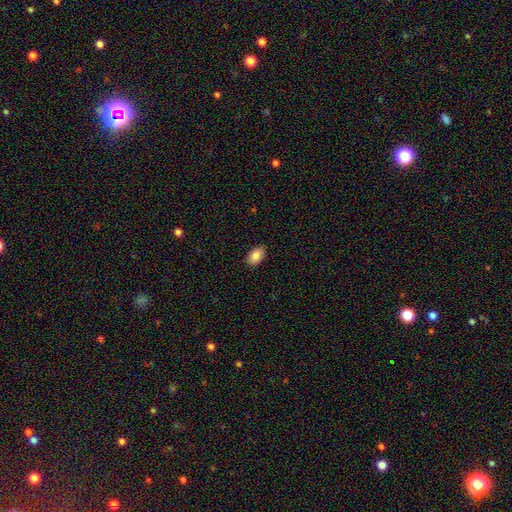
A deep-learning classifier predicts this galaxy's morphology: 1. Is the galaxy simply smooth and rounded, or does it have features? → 87% smooth, 7% star or artifact, 6% featured or disk.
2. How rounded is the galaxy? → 90% in between, 9% round, 1% cigar-shaped.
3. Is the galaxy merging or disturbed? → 89% none, 8% minor disturbance, 2% major disturbance, 1% merger.